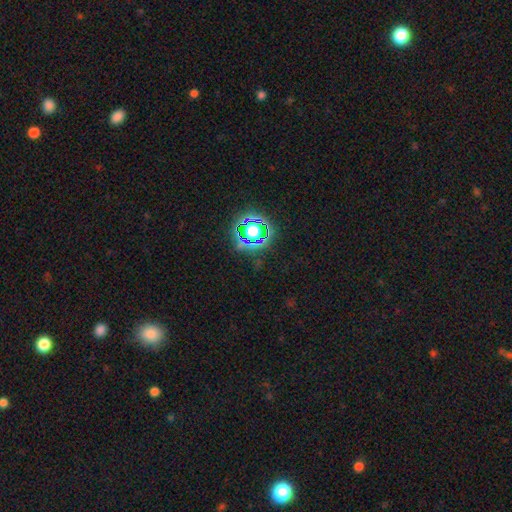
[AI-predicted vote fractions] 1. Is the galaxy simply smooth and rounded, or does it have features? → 77% star or artifact, 16% smooth, 8% featured or disk.